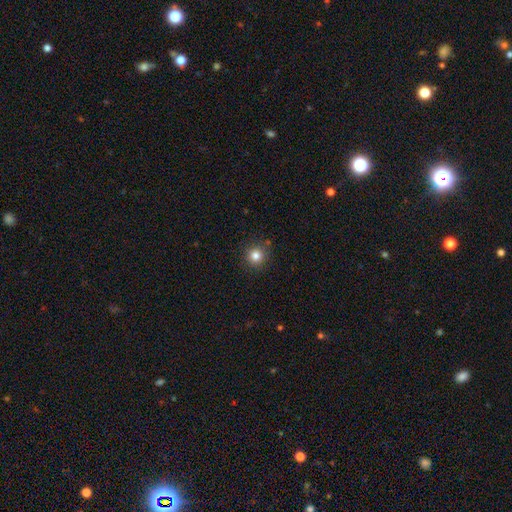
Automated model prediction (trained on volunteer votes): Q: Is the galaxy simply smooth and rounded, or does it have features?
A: smooth — 82%.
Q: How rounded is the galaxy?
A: round — 94%.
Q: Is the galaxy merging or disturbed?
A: none — 89%.